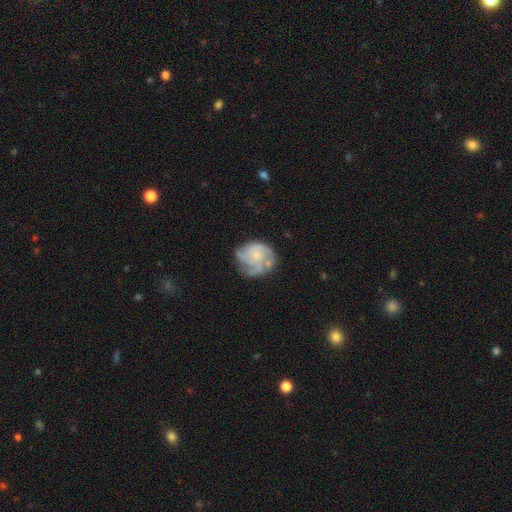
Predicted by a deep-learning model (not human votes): Smooth or featured?
  - featured or disk: 78% *
  - smooth: 16%
  - star or artifact: 6%
Edge-on disk?
  - no: 98% *
  - yes: 2%
Bar?
  - no: 78% *
  - weak: 19%
  - strong: 3%
Spiral arms?
  - yes: 93% *
  - no: 7%
Spiral winding?
  - tight: 52% *
  - medium: 36%
  - loose: 12%
Spiral arm count?
  - 3: 42% *
  - can't tell: 19%
  - 4: 18%
  - 2: 10%
  - more than 4: 5%
  - 1: 5%
Bulge size?
  - small: 64% *
  - moderate: 20%
  - none: 14%
  - large: 2%
  - dominant: 1%
Merging?
  - none: 60% *
  - minor disturbance: 24%
  - major disturbance: 13%
  - merger: 3%